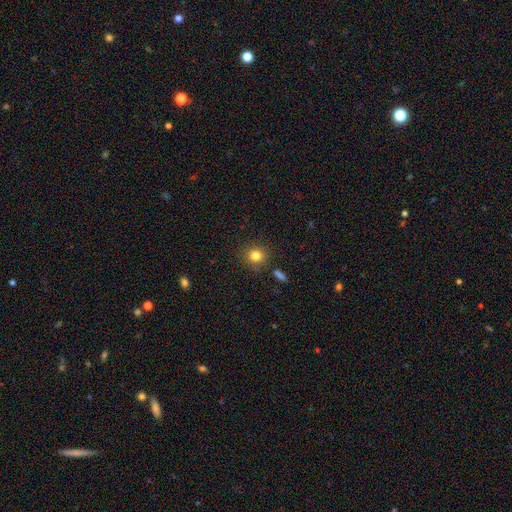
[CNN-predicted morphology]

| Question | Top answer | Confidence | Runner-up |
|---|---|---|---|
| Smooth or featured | smooth | 81% | star or artifact (12%) |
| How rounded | round | 88% | in between (11%) |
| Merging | none | 87% | minor disturbance (8%) |